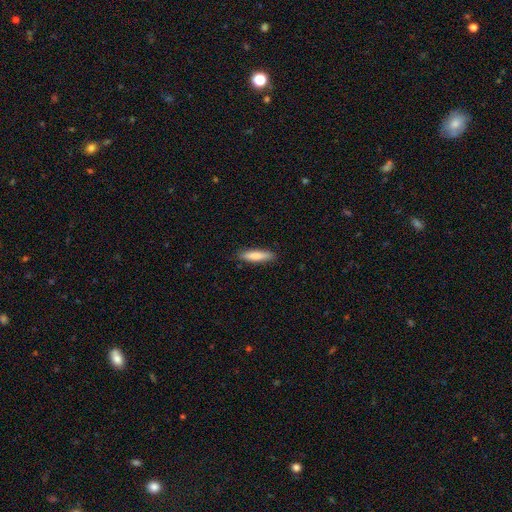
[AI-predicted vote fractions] Overall: smooth (83%). How rounded: cigar-shaped (74%). Merging: none (87%).